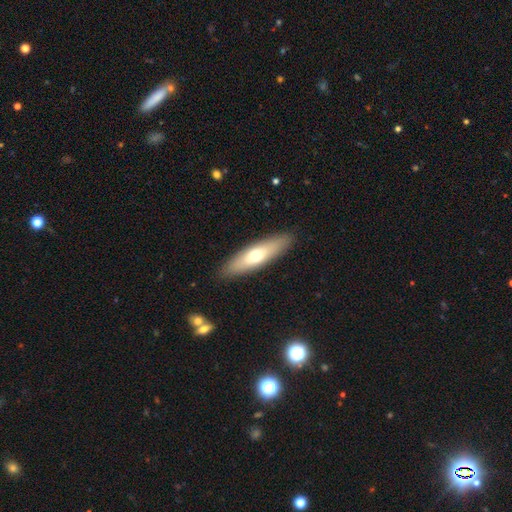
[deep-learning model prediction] A smooth galaxy with no disk features (59%) that is cigar-shaped (64%).

Vote fractions:
- Smooth or featured? smooth: 59% / featured or disk: 36% / star or artifact: 6%
- How rounded? cigar-shaped: 64% / in between: 34% / round: 2%
- Merging? none: 89% / minor disturbance: 8% / major disturbance: 2% / merger: 1%